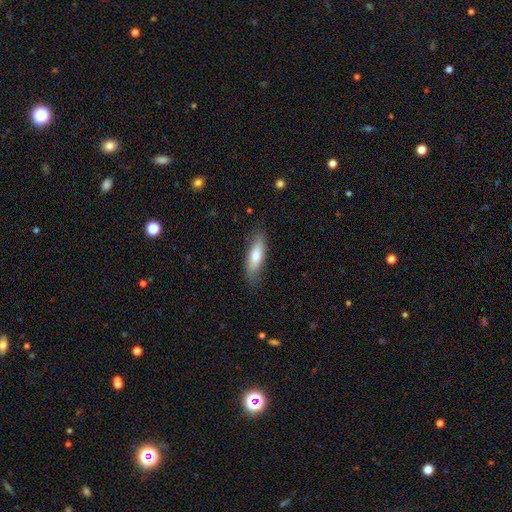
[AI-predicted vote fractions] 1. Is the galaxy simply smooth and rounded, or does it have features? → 71% smooth, 23% featured or disk, 6% star or artifact.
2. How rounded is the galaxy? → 51% in between, 47% cigar-shaped, 2% round.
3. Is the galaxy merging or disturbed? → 80% none, 16% minor disturbance, 3% major disturbance, 1% merger.